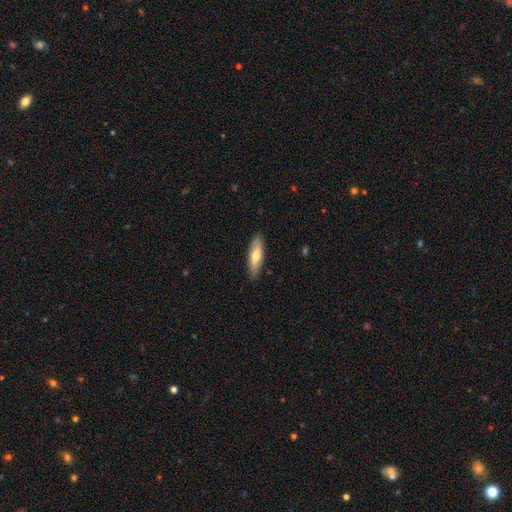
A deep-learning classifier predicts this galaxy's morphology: The model was most divided on "how rounded": cigar-shaped: 52%, in between: 46%, round: 2%. More confident: merging — none (86%); smooth or featured — smooth (64%).